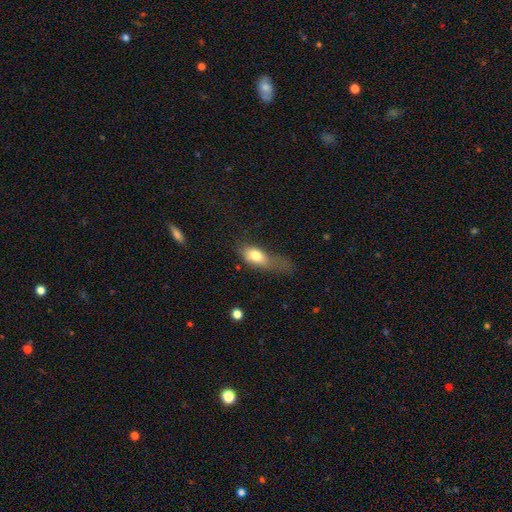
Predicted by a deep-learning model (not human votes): Smooth or featured? Predicted: smooth (p=0.76). How rounded? Predicted: in between (p=0.79). Merging? Predicted: major disturbance (p=0.44).